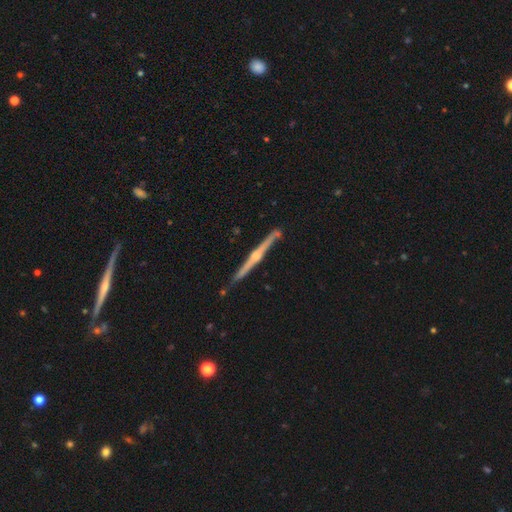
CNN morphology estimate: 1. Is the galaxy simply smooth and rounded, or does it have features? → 83% featured or disk, 12% smooth, 5% star or artifact.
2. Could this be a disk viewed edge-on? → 98% yes, 2% no.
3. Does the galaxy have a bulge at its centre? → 85% rounded, 9% none, 6% boxy.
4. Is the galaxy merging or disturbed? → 86% none, 10% minor disturbance, 2% merger, 2% major disturbance.